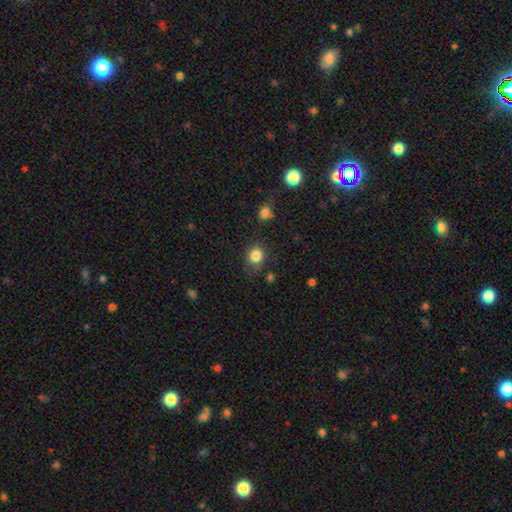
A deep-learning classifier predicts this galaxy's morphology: Smooth or featured? smooth (83%)
How rounded? round (73%)
Merging? none (76%)